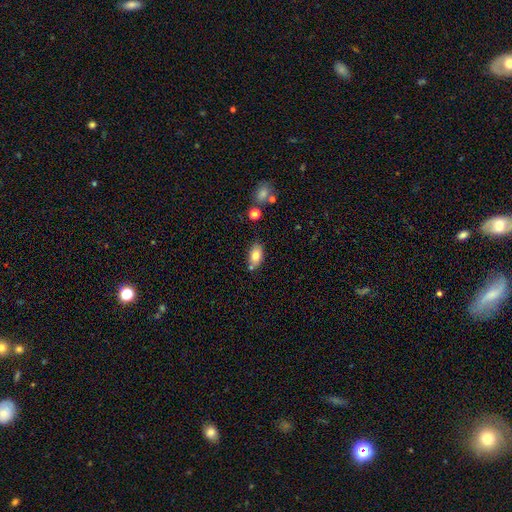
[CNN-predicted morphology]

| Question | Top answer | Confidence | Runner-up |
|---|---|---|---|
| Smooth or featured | smooth | 80% | featured or disk (12%) |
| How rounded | in between | 90% | round (7%) |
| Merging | none | 73% | minor disturbance (15%) |